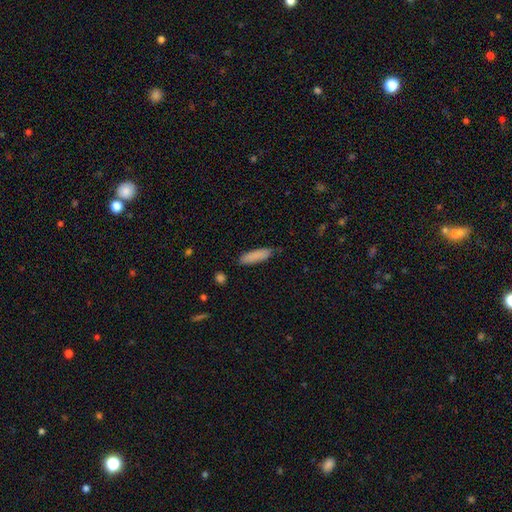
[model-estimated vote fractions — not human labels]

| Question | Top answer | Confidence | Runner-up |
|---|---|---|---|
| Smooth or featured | smooth | 87% | star or artifact (7%) |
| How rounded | cigar-shaped | 63% | in between (35%) |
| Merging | none | 83% | minor disturbance (13%) |